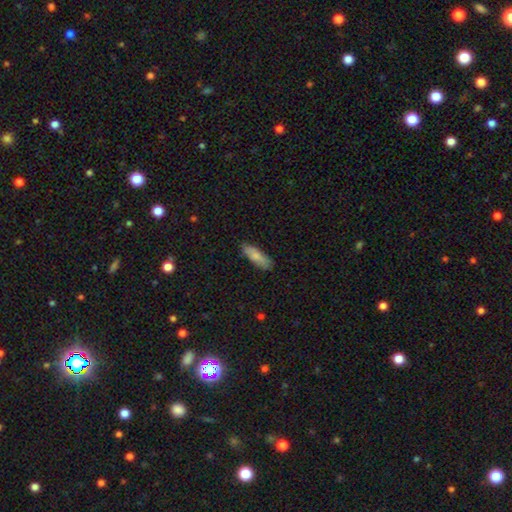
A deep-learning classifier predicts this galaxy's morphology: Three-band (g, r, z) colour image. It shows a smooth galaxy with no disk features (83%) that is in between round and cigar-shaped (54%). Merging: none (84%).